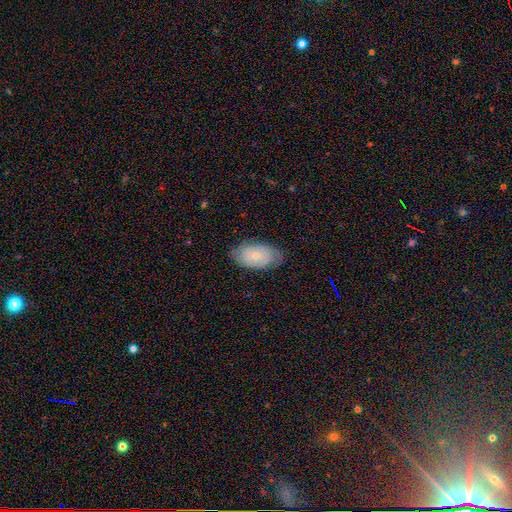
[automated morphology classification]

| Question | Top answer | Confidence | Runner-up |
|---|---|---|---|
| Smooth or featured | smooth | 53% | featured or disk (40%) |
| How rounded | in between | 93% | round (5%) |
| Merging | none | 75% | minor disturbance (20%) |